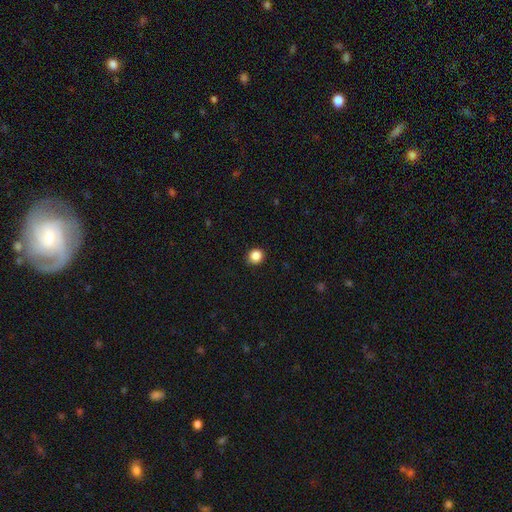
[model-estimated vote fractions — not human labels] Smooth or featured? smooth (86%)
How rounded? round (89%)
Merging? none (91%)